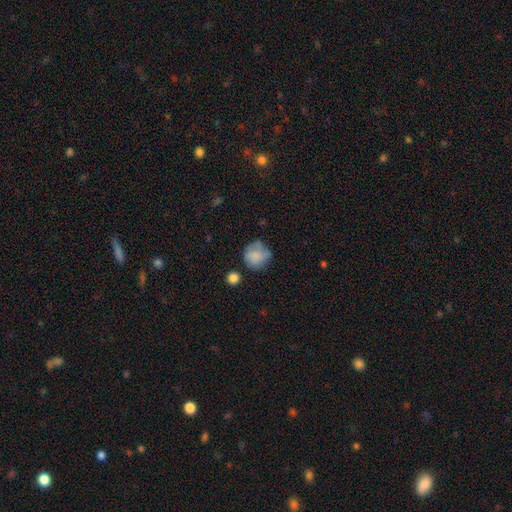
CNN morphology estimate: smooth 72%, featured or disk 20%, star or artifact 9%. Down the decision tree: how rounded — round (86%); merging — none (60%).